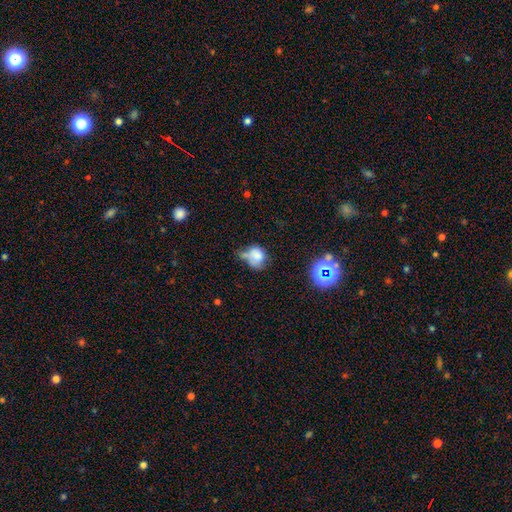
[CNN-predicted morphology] This is likely a smooth galaxy (73%). How rounded: possibly round (58%). Merging: marginally none (31%, tied with minor disturbance).